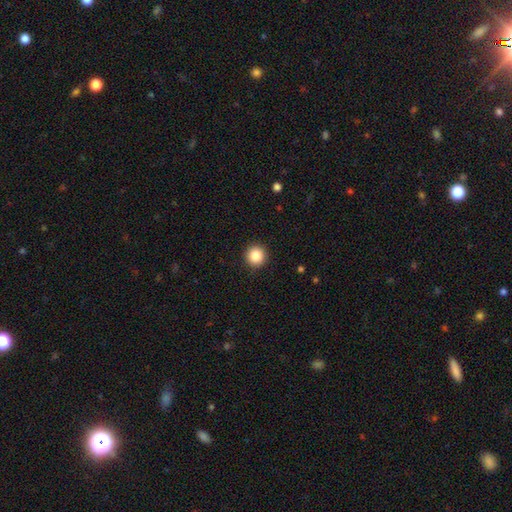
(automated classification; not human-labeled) The model was most divided on "smooth or featured": smooth: 87%, star or artifact: 9%, featured or disk: 4%. More confident: how rounded — round (95%); merging — none (92%).